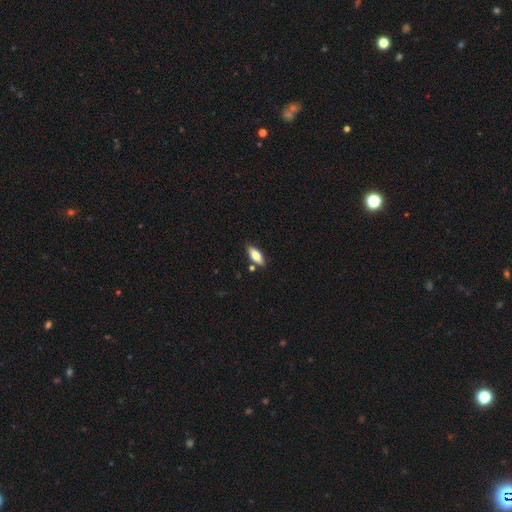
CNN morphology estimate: Overall: smooth (70%). How rounded: in between (76%). Merging: none (83%).